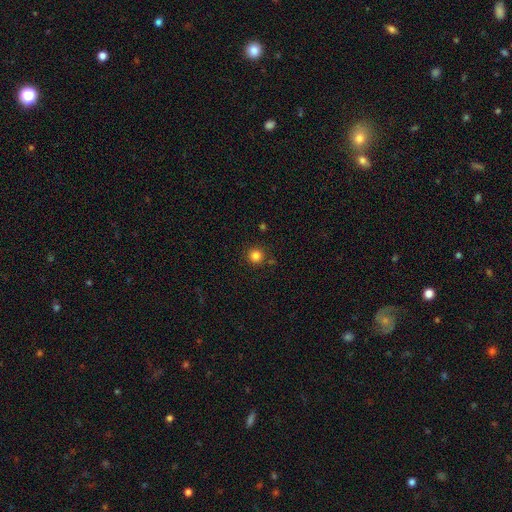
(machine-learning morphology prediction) Q: Smooth or featured?
A: smooth (83%); runner-up: star or artifact (13%)
Q: How rounded?
A: round (95%); runner-up: in between (4%)
Q: Merging?
A: none (88%); runner-up: minor disturbance (6%)